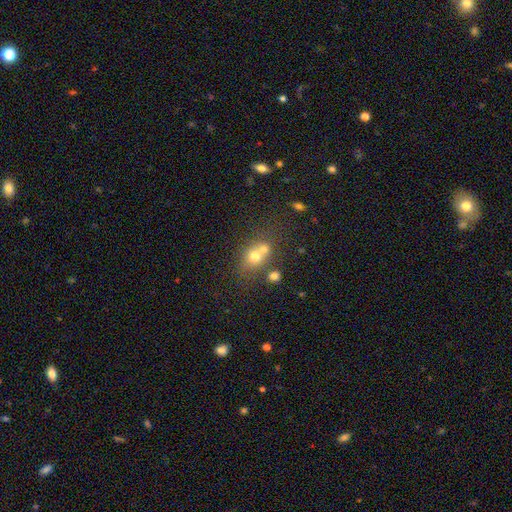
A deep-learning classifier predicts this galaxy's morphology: Q: Smooth or featured?
A: smooth (64%); runner-up: featured or disk (20%)
Q: How rounded?
A: round (60%); runner-up: in between (38%)
Q: Merging?
A: merger (45%); runner-up: none (41%)